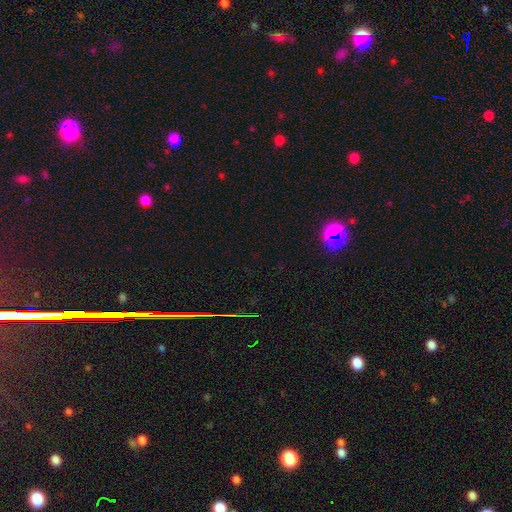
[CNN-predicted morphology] The model was most divided on "smooth or featured": star or artifact: 74%, smooth: 18%, featured or disk: 8%.